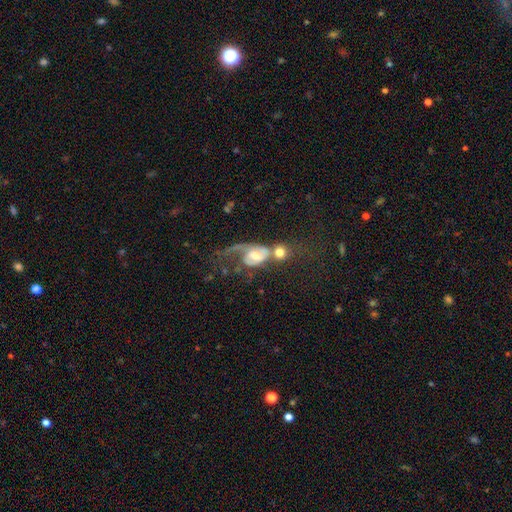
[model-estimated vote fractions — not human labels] smooth-or-featured: featured or disk: 69% | smooth: 23% | star or artifact: 8%
  disk-edge-on: no: 96% | yes: 4%
    bar: no: 62% | weak: 30% | strong: 7%
    has-spiral-arms: yes: 85% | no: 15%
      spiral-winding: loose: 50% | medium: 32% | tight: 18%
      spiral-arm-count: 1: 52% | 2: 36% | can't tell: 8% | 3: 1% | 4: 1% | more than 4: 1%
    bulge-size: moderate: 57% | small: 23% | large: 14% | none: 4% | dominant: 2%
  merging: merger: 50% | major disturbance: 26% | none: 15% | minor disturbance: 9%